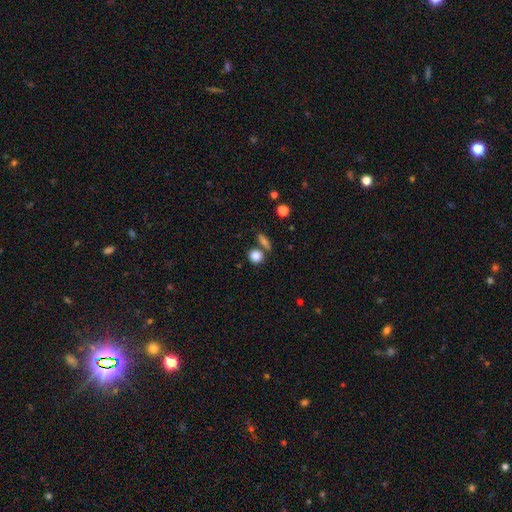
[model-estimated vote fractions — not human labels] A smooth galaxy with no disk features (84%) that is round (80%). Merging: none (68%).